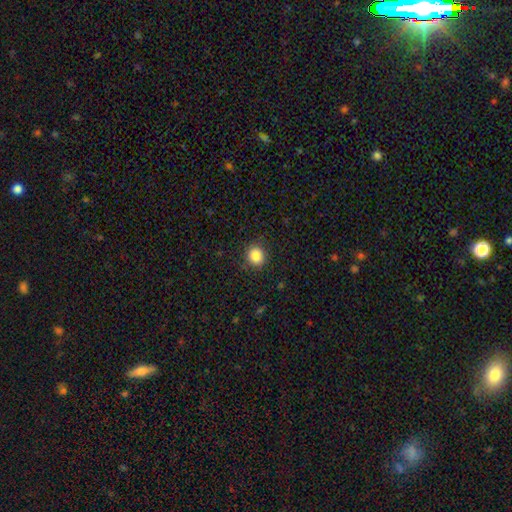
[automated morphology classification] Q: Smooth or featured?
A: smooth (85%); runner-up: star or artifact (11%)
Q: How rounded?
A: round (81%); runner-up: in between (18%)
Q: Merging?
A: none (88%); runner-up: minor disturbance (8%)